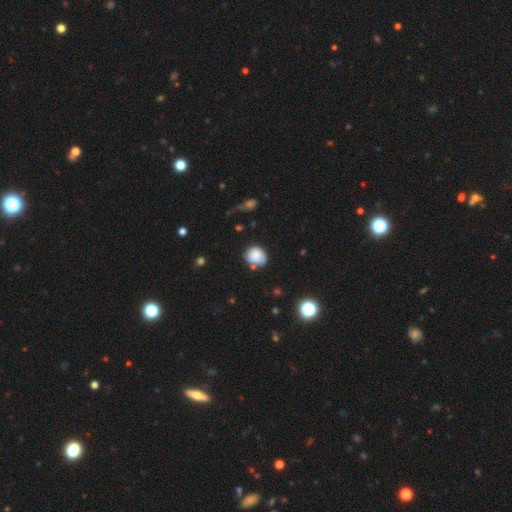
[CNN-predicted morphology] Smooth or featured? smooth (80%)
How rounded? round (71%)
Merging? none (60%)